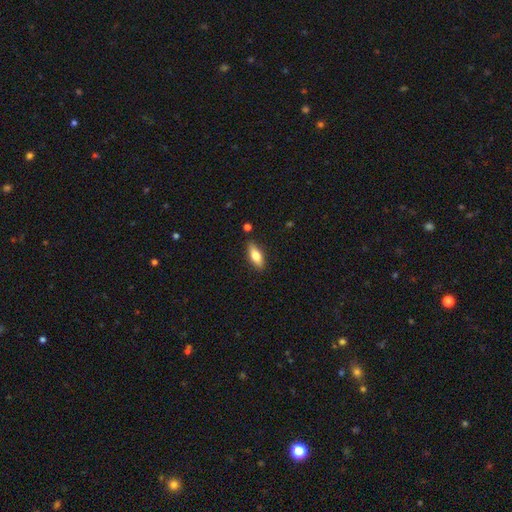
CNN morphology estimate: Smooth or featured? Predicted: smooth (p=0.72). How rounded? Predicted: in between (p=0.67). Merging? Predicted: none (p=0.84).